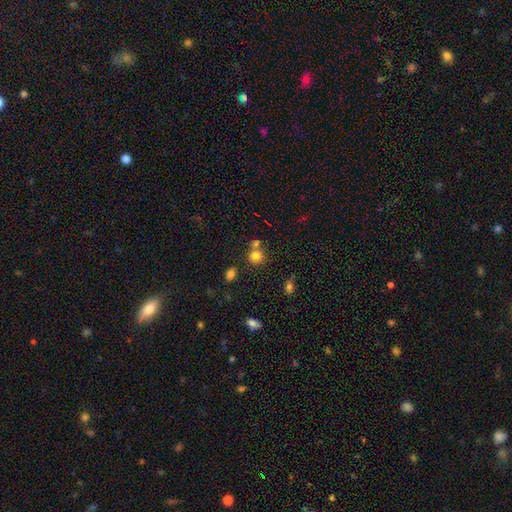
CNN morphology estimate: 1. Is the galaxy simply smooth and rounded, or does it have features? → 79% smooth, 13% star or artifact, 7% featured or disk.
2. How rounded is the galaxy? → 86% round, 13% in between, 1% cigar-shaped.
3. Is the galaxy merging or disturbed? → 62% none, 27% merger, 8% minor disturbance, 3% major disturbance.